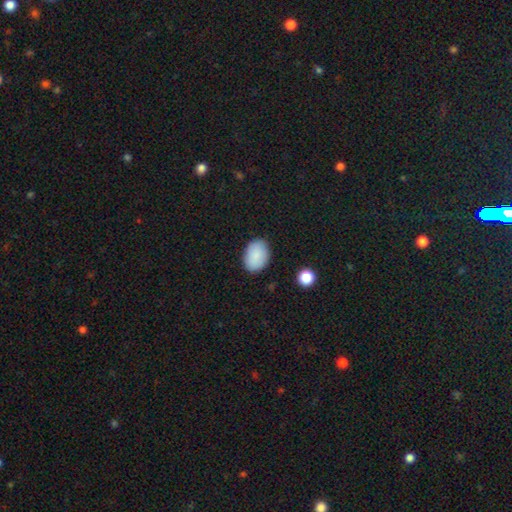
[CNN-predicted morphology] Smooth or featured? Predicted: smooth (p=0.89). How rounded? Predicted: in between (p=0.83). Merging? Predicted: none (p=0.86).